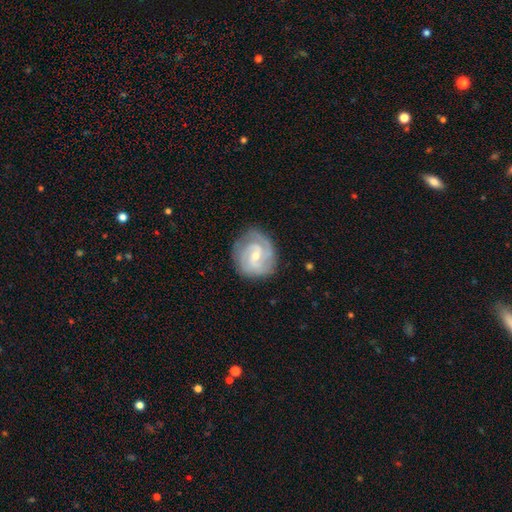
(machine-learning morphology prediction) Overall: featured or disk (84%). Edge-on disk: no (98%). Bar: weak (54%; no 35%). Spiral arms: yes (96%). Spiral arm count: 2 (54%; 3 19%). Spiral winding: tight (53%; medium 38%). Bulge size: small (59%; moderate 38%). Merging: none (78%).